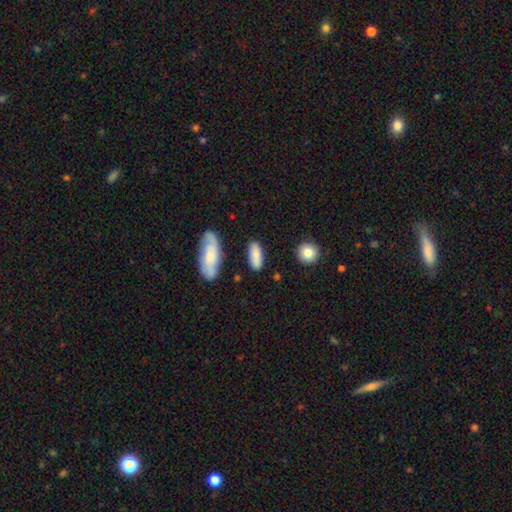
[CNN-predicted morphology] Smooth or featured?
  - smooth: 82% *
  - featured or disk: 12%
  - star or artifact: 7%
How rounded?
  - in between: 77% *
  - cigar-shaped: 19%
  - round: 3%
Merging?
  - none: 81% *
  - minor disturbance: 12%
  - merger: 4%
  - major disturbance: 3%